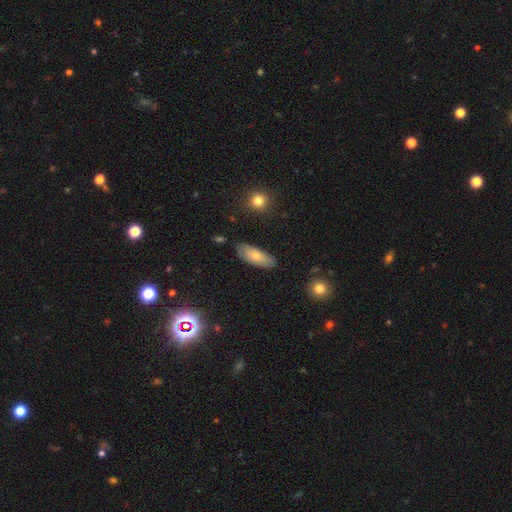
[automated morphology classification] smooth_or_featured: smooth (p=0.72) [alt: featured or disk p=0.22]
how_rounded: in between (p=0.79) [alt: cigar-shaped p=0.19]
merging: none (p=0.80) [alt: minor disturbance p=0.16]